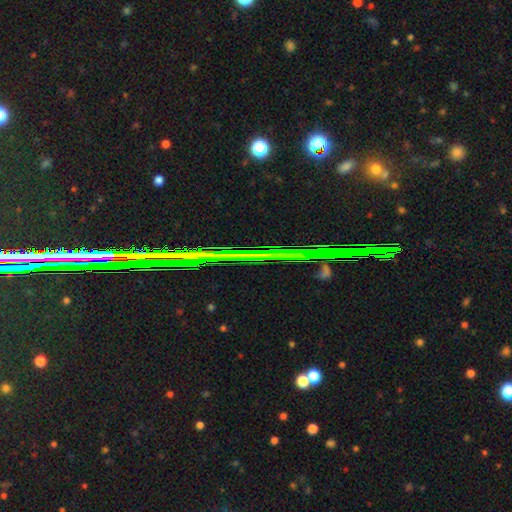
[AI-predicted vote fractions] This appears to be a star or artifact, not a galaxy (79%).